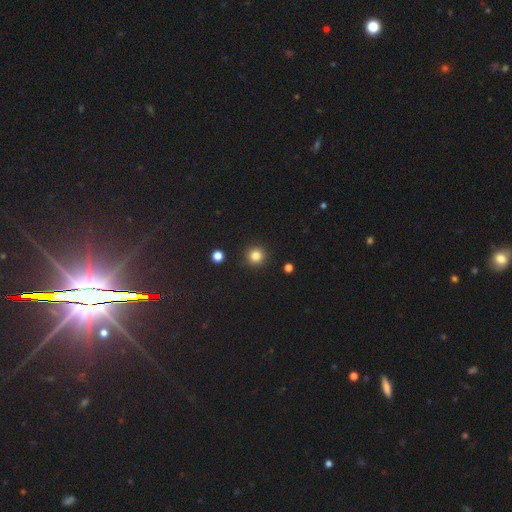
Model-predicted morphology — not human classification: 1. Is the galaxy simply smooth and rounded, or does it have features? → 82% smooth, 13% star or artifact, 5% featured or disk.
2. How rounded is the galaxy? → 95% round, 4% in between, 1% cigar-shaped.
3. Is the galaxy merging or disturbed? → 91% none, 5% minor disturbance, 2% major disturbance, 2% merger.